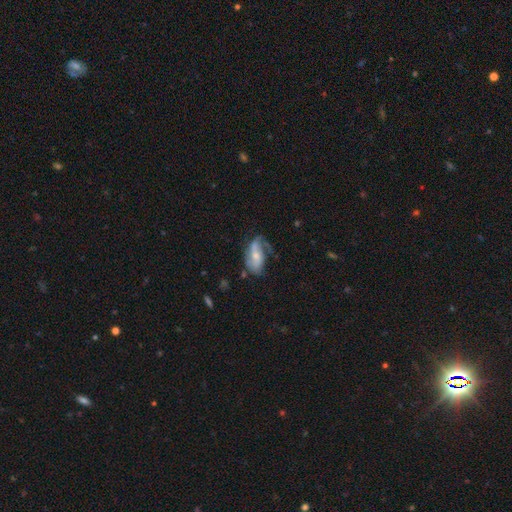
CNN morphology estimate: Q: Smooth or featured?
A: featured or disk (71%); runner-up: smooth (23%)
Q: Edge-on disk?
A: no (95%); runner-up: yes (5%)
Q: Bar?
A: no (43%); runner-up: weak (39%)
Q: Spiral arms?
A: yes (87%); runner-up: no (13%)
Q: Spiral winding?
A: loose (42%); runner-up: medium (39%)
Q: Spiral arm count?
A: 2 (67%); runner-up: can't tell (13%)
Q: Bulge size?
A: moderate (46%); runner-up: small (45%)
Q: Merging?
A: none (47%); runner-up: minor disturbance (27%)